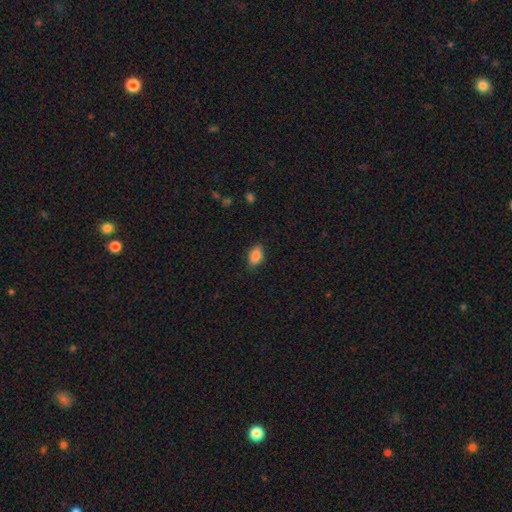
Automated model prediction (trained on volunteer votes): Smooth or featured? Predicted: smooth (p=0.86). How rounded? Predicted: in between (p=0.87). Merging? Predicted: none (p=0.81).